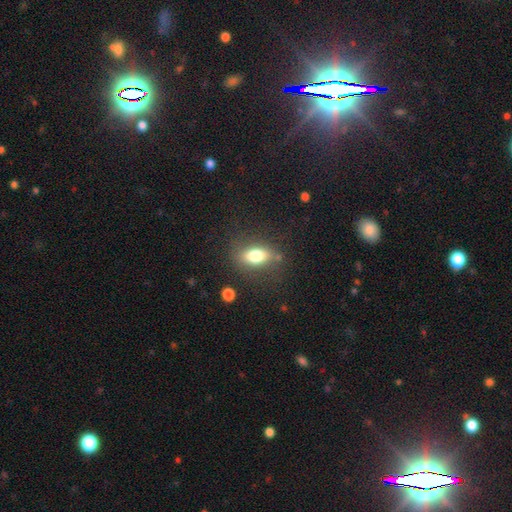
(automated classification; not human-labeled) Smooth or featured? smooth (73%)
How rounded? in between (78%)
Merging? none (78%)